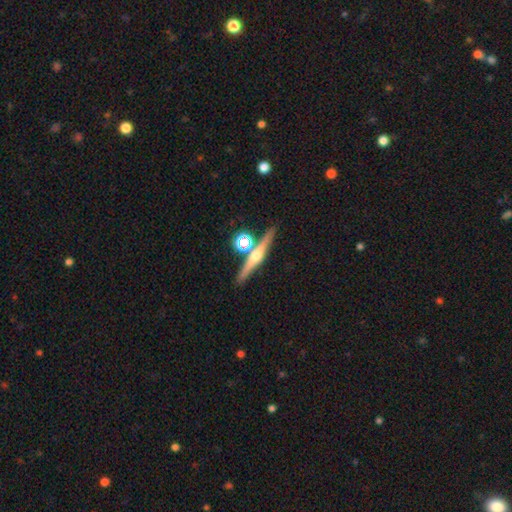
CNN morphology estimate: smooth_or_featured: featured or disk (p=0.68) [alt: smooth p=0.22]
disk_edge_on: yes (p=0.95) [alt: no p=0.05]
edge_on_bulge: rounded (p=0.93) [alt: none p=0.04]
merging: none (p=0.81) [alt: merger p=0.09]